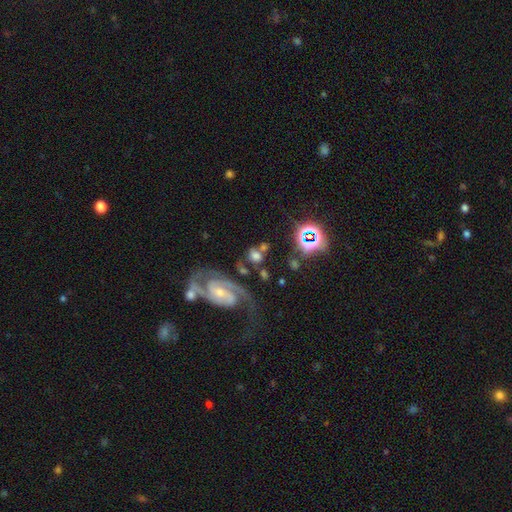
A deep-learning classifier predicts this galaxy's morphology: Q: Smooth or featured?
A: smooth (44%); runner-up: featured or disk (39%)
Q: Merging?
A: none (57%); runner-up: merger (17%)